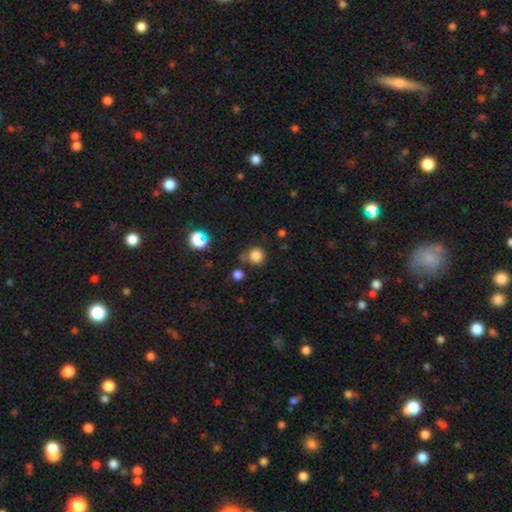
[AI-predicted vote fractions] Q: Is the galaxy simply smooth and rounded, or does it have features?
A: smooth — 81%.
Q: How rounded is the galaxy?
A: round — 92%.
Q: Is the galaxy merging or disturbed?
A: none — 71%.